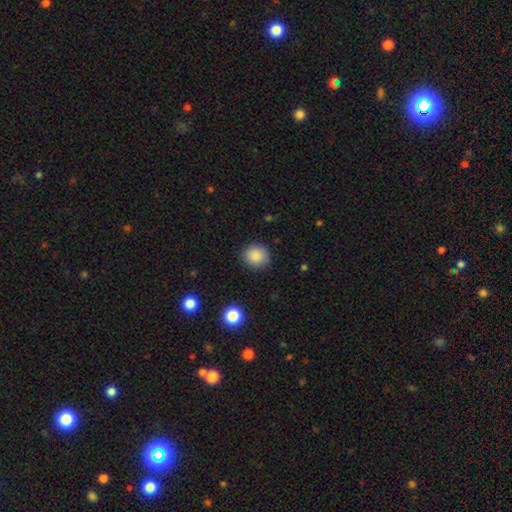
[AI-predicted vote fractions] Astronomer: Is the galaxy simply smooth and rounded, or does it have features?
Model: smooth — 88%.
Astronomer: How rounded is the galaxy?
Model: round — 92%.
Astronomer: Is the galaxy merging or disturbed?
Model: none — 89%.